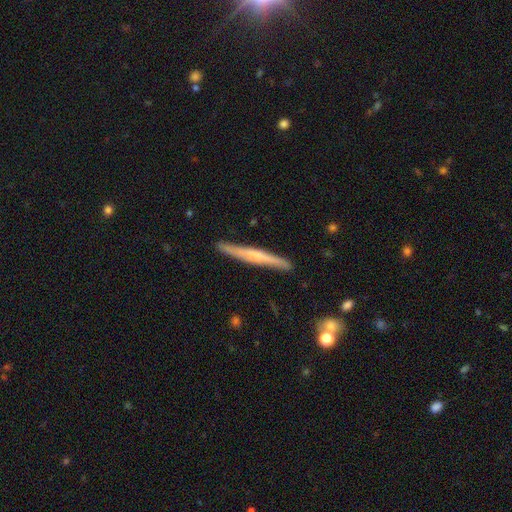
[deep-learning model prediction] A featured or disk galaxy (55%) viewed edge-on (96%) with a rounded central bulge (45%).

Vote fractions:
- Smooth or featured? featured or disk: 55% / smooth: 39% / star or artifact: 6%
- Edge-on disk? yes: 96% / no: 4%
- Edge-on bulge? rounded: 45% / none: 40% / boxy: 15%
- Merging? none: 90% / minor disturbance: 8% / major disturbance: 1% / merger: 1%